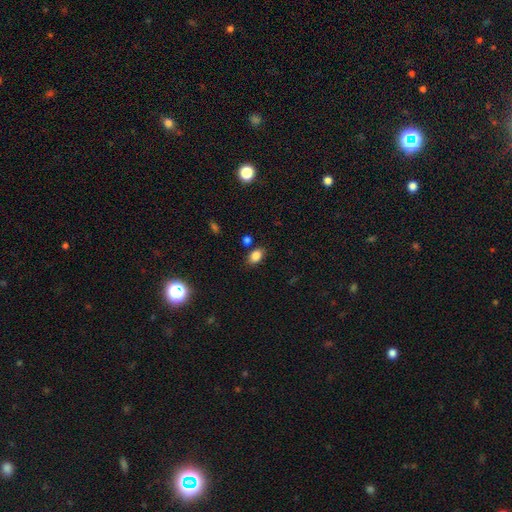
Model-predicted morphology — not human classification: Smooth or featured?
  - smooth: 83% *
  - star or artifact: 11%
  - featured or disk: 6%
How rounded?
  - in between: 81% *
  - round: 17%
  - cigar-shaped: 1%
Merging?
  - none: 79% *
  - minor disturbance: 12%
  - merger: 6%
  - major disturbance: 3%